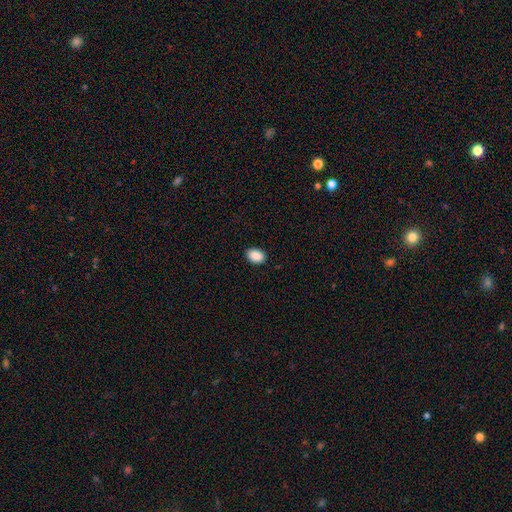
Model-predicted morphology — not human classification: Smooth or featured? smooth (90%)
How rounded? in between (81%)
Merging? none (90%)